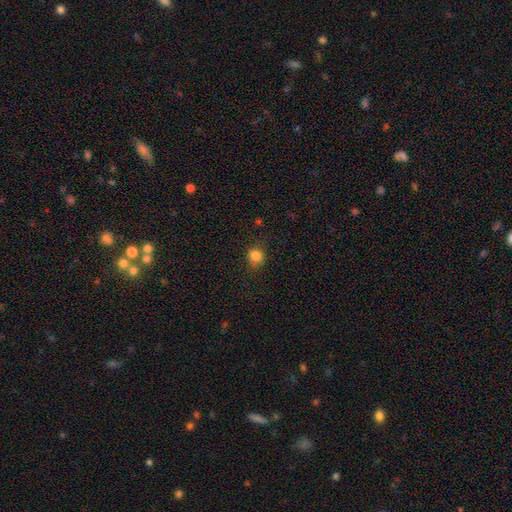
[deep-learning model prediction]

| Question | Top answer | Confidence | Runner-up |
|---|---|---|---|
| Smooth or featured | smooth | 83% | star or artifact (12%) |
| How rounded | round | 83% | in between (16%) |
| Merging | none | 84% | minor disturbance (11%) |